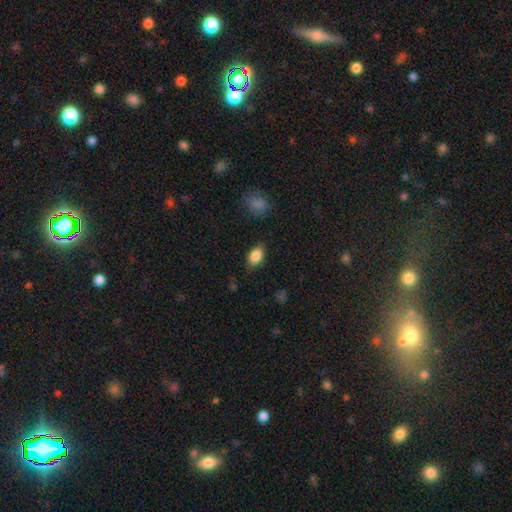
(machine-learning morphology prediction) type=smooth (86%); roundness=in between (88%); merging=none (80%).